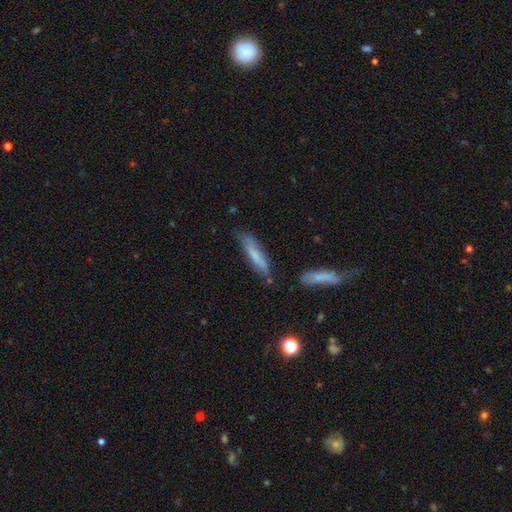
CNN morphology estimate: The model was most divided on "smooth or featured": smooth: 69%, featured or disk: 24%, star or artifact: 7%. More confident: how rounded — cigar-shaped (81%); merging — none (69%).